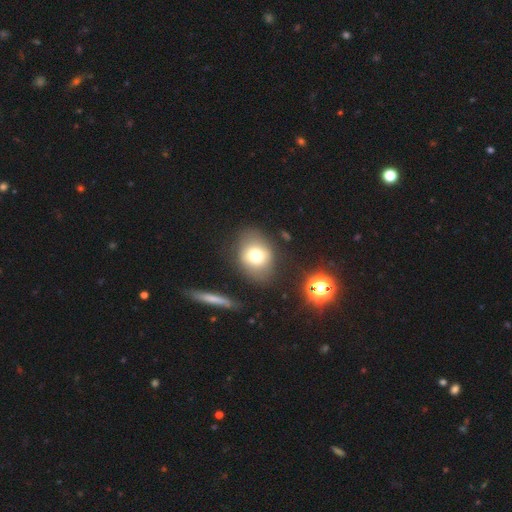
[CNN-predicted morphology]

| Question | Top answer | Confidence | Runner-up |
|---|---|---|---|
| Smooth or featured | smooth | 71% | featured or disk (17%) |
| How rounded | in between | 52% | round (47%) |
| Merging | none | 74% | minor disturbance (15%) |